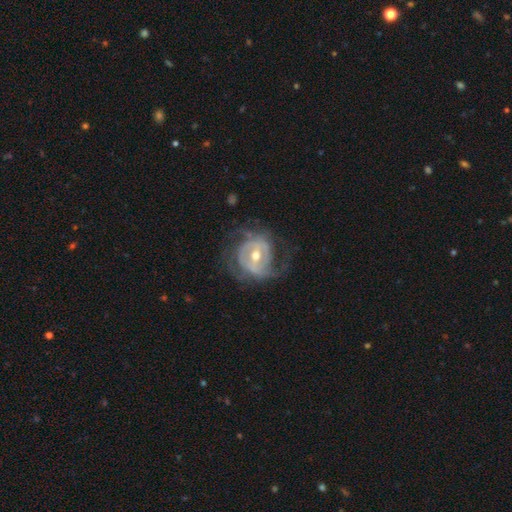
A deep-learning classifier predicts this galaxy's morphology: A featured or disk galaxy (85%) with a weak bar (43%), 2 (41%) tight (42%) spiral arms (88%) and a moderate central bulge (66%). Merging: none (60%).